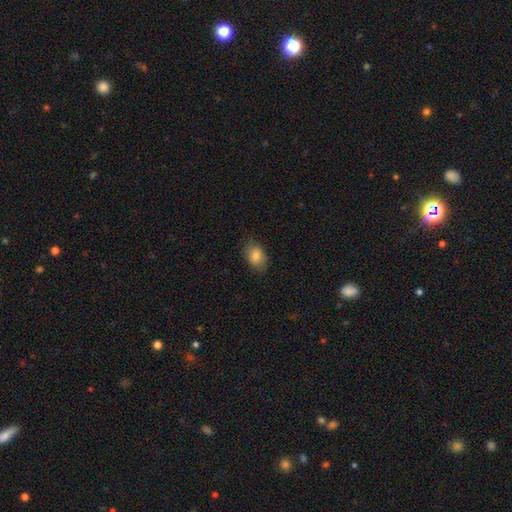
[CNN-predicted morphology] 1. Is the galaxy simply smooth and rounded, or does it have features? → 83% smooth, 9% featured or disk, 8% star or artifact.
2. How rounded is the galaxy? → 79% in between, 20% round, 1% cigar-shaped.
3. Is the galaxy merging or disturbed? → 78% none, 16% minor disturbance, 4% major disturbance, 1% merger.